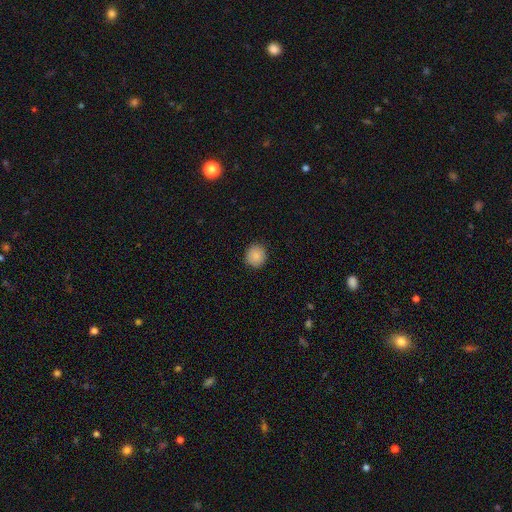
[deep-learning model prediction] smooth_or_featured: smooth (p=0.88) [alt: star or artifact p=0.09]
how_rounded: round (p=0.88) [alt: in between p=0.11]
merging: none (p=0.91) [alt: minor disturbance p=0.07]